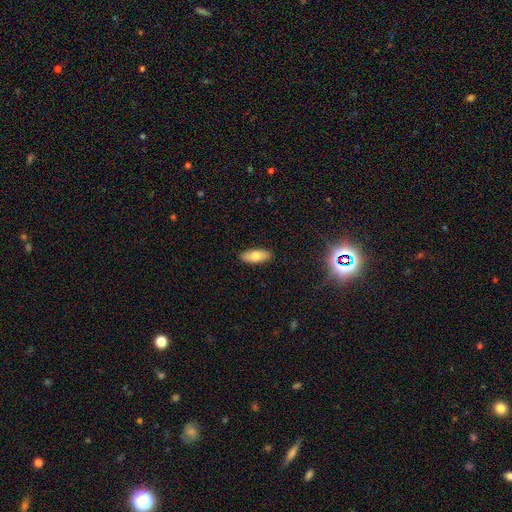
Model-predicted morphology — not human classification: Smooth or featured: smooth — 75% (featured or disk — 18%)
How rounded: in between — 76% (cigar-shaped — 22%)
Merging: none — 89% (minor disturbance — 8%)